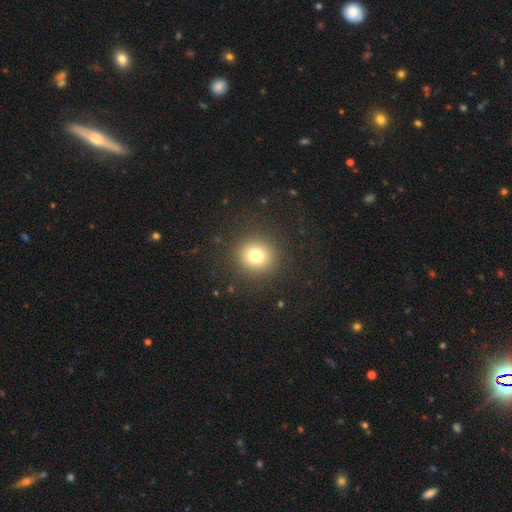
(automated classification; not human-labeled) Q: Smooth or featured?
A: smooth (76%); runner-up: star or artifact (15%)
Q: How rounded?
A: round (92%); runner-up: in between (7%)
Q: Merging?
A: none (90%); runner-up: minor disturbance (6%)